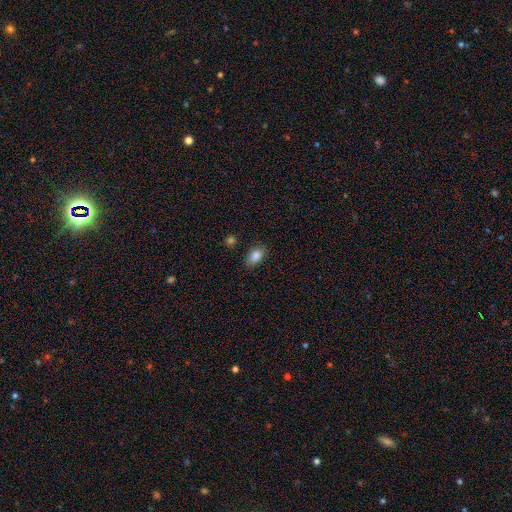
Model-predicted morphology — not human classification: Smooth or featured?
  - smooth: 85% *
  - star or artifact: 8%
  - featured or disk: 7%
How rounded?
  - in between: 88% *
  - round: 9%
  - cigar-shaped: 3%
Merging?
  - none: 82% *
  - minor disturbance: 13%
  - major disturbance: 3%
  - merger: 2%